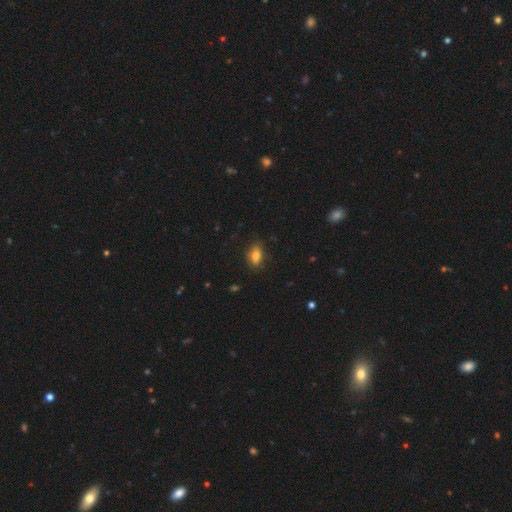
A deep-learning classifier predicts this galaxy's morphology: Smooth or featured? smooth (77%)
How rounded? in between (85%)
Merging? none (78%)